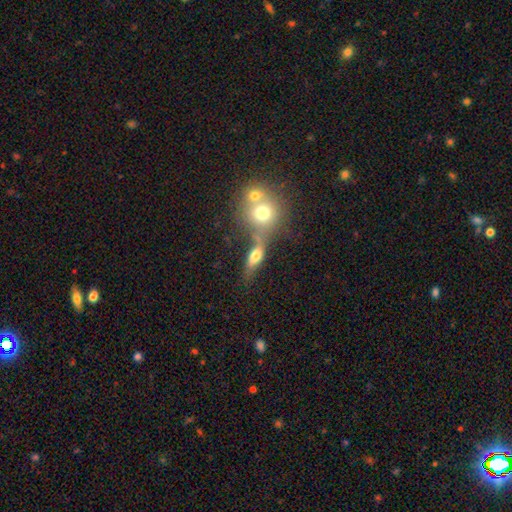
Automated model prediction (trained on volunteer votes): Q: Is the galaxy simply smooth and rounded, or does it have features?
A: smooth — 60%.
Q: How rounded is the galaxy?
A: in between — 60%.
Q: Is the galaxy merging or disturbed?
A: none — 40%.